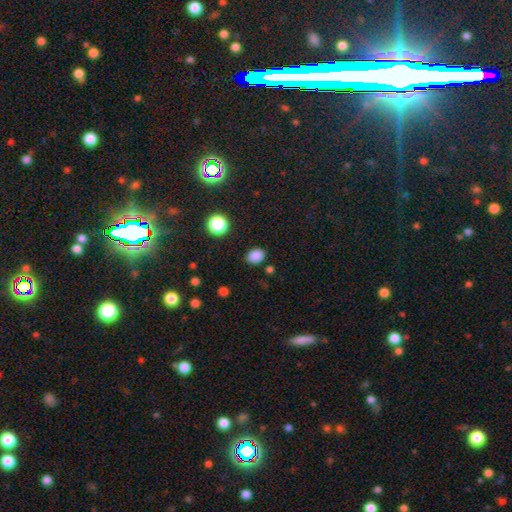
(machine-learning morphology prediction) The model was most divided on "how rounded": in between: 57%, round: 42%, cigar-shaped: 1%. More confident: merging — none (85%); smooth or featured — smooth (85%).